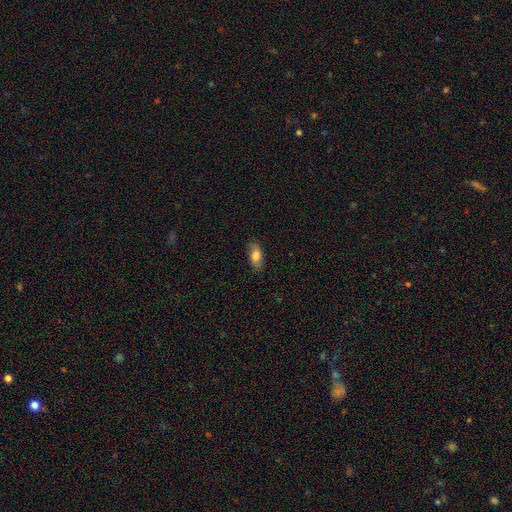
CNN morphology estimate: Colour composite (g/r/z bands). It shows a smooth galaxy with no disk features (77%) that is in between round and cigar-shaped (84%). Merging: none (83%).